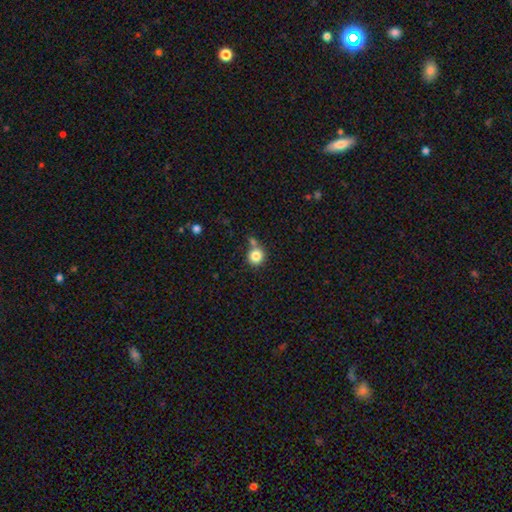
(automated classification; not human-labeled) A smooth galaxy with no disk features (83%) that is round (91%).

Vote fractions:
- Smooth or featured? smooth: 83% / star or artifact: 10% / featured or disk: 7%
- How rounded? round: 91% / in between: 8% / cigar-shaped: 1%
- Merging? none: 64% / merger: 22% / minor disturbance: 10% / major disturbance: 3%